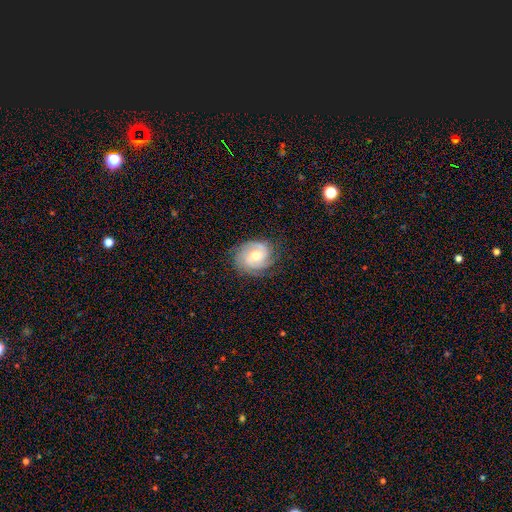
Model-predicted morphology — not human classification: A featured or disk galaxy (81%) with no bar (59%), 2 (33%) tight (60%) spiral arms (96%) and a moderate central bulge (66%).

Vote fractions:
- Smooth or featured? featured or disk: 81% / smooth: 13% / star or artifact: 6%
- Edge-on disk? no: 97% / yes: 3%
- Bar? no: 59% / weak: 34% / strong: 7%
- Spiral arms? yes: 96% / no: 4%
- Spiral winding? tight: 60% / medium: 32% / loose: 8%
- Spiral arm count? 2: 33% / 3: 31% / can't tell: 21% / 4: 6% / 1: 5% / more than 4: 4%
- Bulge size? moderate: 66% / small: 28% / large: 5% / none: 1% / dominant: 1%
- Merging? none: 77% / minor disturbance: 17% / major disturbance: 6% / merger: 1%